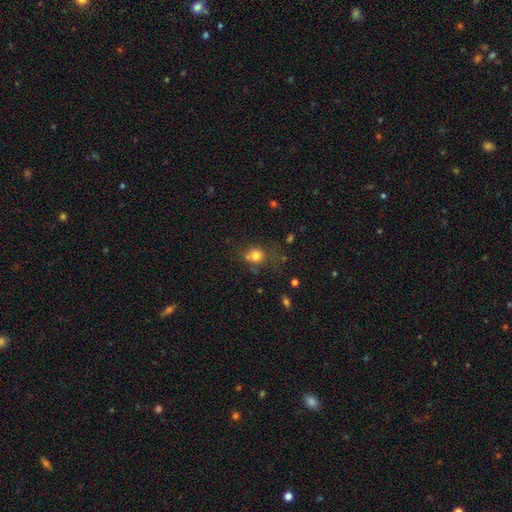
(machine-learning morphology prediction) smooth-or-featured: smooth: 76% | star or artifact: 14% | featured or disk: 10%
  how-rounded: round: 74% | in between: 25% | cigar-shaped: 1%
  merging: none: 55% | minor disturbance: 21% | merger: 13% | major disturbance: 11%